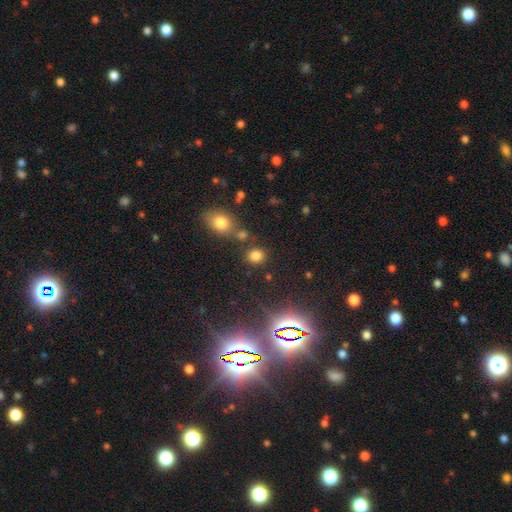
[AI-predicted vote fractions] Q: Smooth or featured?
A: smooth (77%); runner-up: star or artifact (18%)
Q: How rounded?
A: round (73%); runner-up: in between (26%)
Q: Merging?
A: none (79%); runner-up: merger (9%)